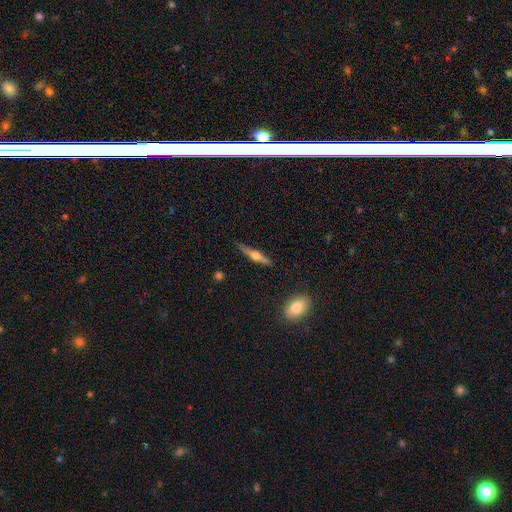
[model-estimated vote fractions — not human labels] smooth-or-featured: featured or disk: 68% | smooth: 27% | star or artifact: 6%
  disk-edge-on: yes: 97% | no: 3%
    edge-on-bulge: rounded: 92% | boxy: 5% | none: 3%
  merging: none: 85% | minor disturbance: 11% | major disturbance: 2% | merger: 2%